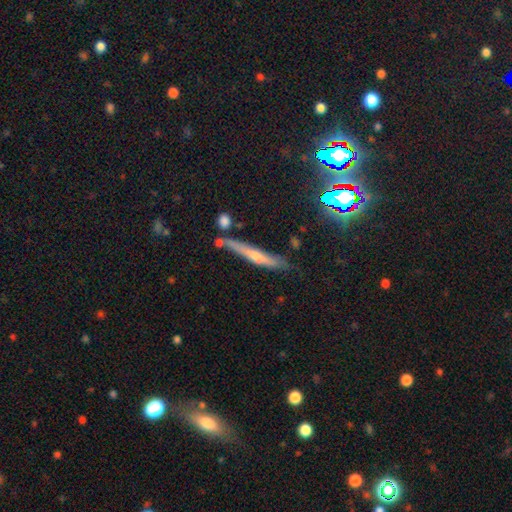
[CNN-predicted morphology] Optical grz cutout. It shows a featured or disk galaxy (48%). Merging: none (69%).